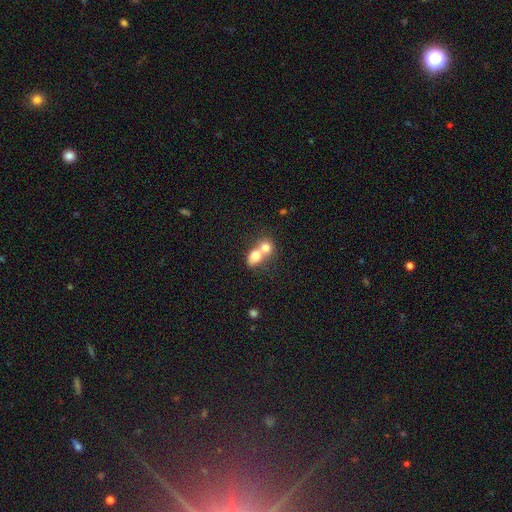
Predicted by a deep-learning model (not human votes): smooth_or_featured: smooth (p=0.75) [alt: featured or disk p=0.17]
how_rounded: round (p=0.50) [alt: in between p=0.48]
merging: merger (p=0.75) [alt: none p=0.18]